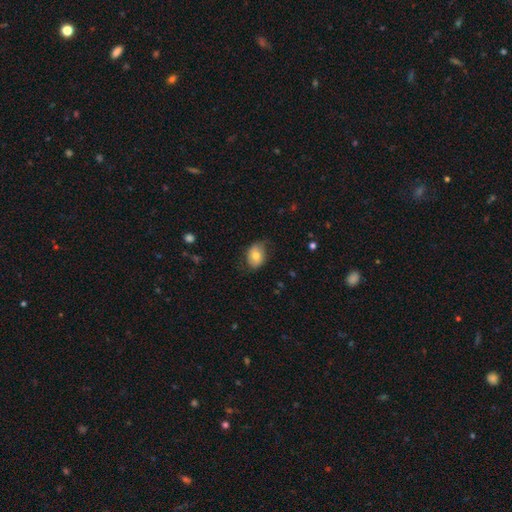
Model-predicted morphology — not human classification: Overall: smooth (70%). How rounded: in between (74%). Merging: none (68%).